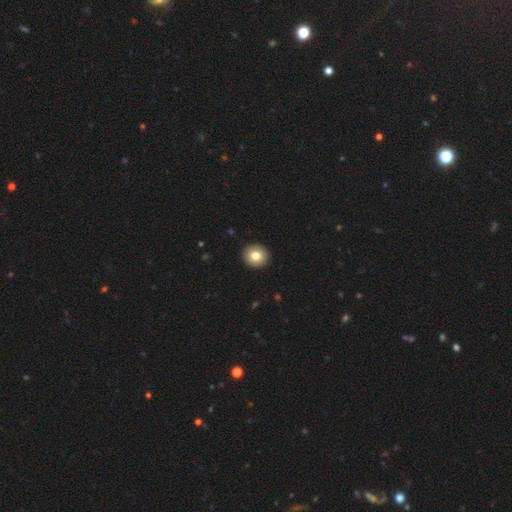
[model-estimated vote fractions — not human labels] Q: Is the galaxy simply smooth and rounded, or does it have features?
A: smooth — 80%.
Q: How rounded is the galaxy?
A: round — 85%.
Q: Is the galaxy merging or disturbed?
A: none — 93%.